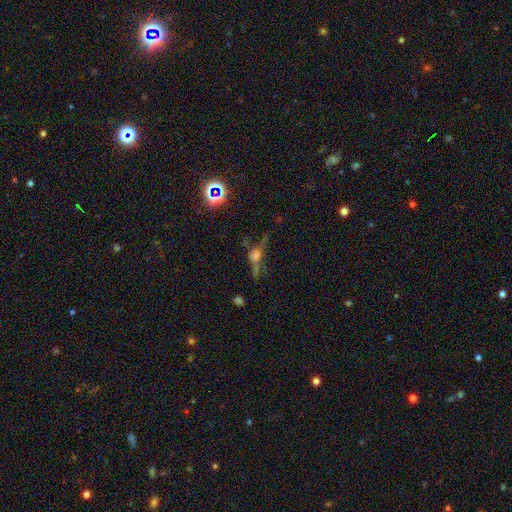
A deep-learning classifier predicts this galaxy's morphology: Smooth or featured?
  - featured or disk: 39% *
  - smooth: 31%
  - star or artifact: 29%
Merging?
  - none: 47% *
  - major disturbance: 21%
  - minor disturbance: 17%
  - merger: 14%